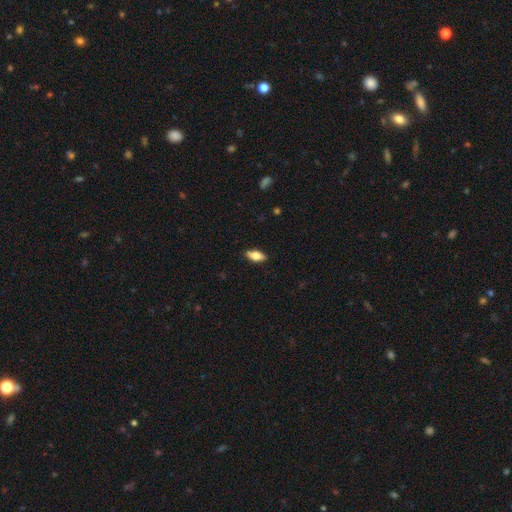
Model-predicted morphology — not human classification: Overall: smooth (68%). How rounded: in between (82%). Merging: none (88%).